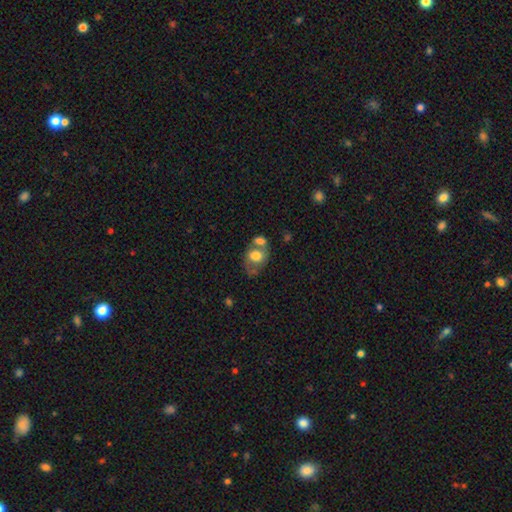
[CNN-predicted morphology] smooth_or_featured: smooth (p=0.67) [alt: featured or disk p=0.25]
how_rounded: in between (p=0.60) [alt: round p=0.39]
merging: merger (p=0.46) [alt: none p=0.31]